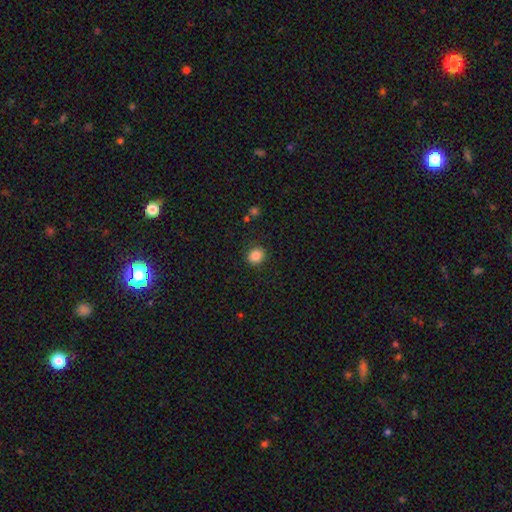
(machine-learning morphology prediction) The model was most divided on "how rounded": round: 72%, in between: 27%, cigar-shaped: 1%. More confident: merging — none (88%); smooth or featured — smooth (86%).